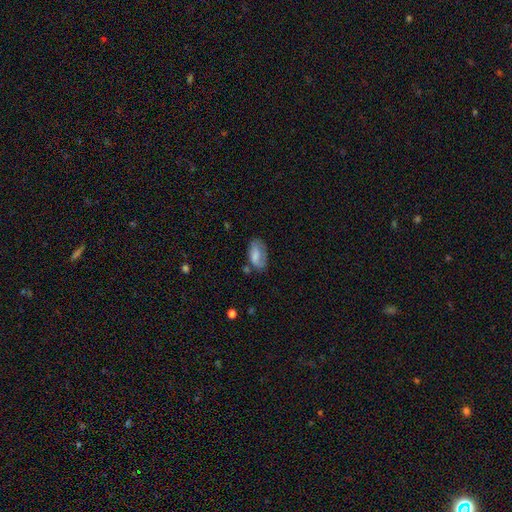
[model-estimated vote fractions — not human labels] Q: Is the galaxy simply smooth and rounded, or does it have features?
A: smooth — 70%.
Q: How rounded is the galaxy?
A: in between — 92%.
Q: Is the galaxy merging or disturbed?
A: none — 52%.